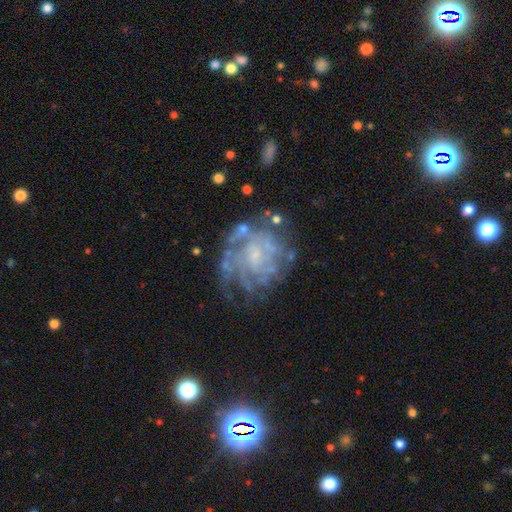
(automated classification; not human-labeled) Smooth or featured: featured or disk — 73% (star or artifact — 14%)
Edge-on disk: no — 97% (yes — 3%)
Bar: no — 70% (weak — 24%)
Spiral arms: yes — 75% (no — 25%)
Spiral winding: tight — 62% (medium — 28%)
Spiral arm count: can't tell — 55% (3 — 12%)
Bulge size: small — 55% (none — 22%)
Merging: none — 62% (minor disturbance — 19%)